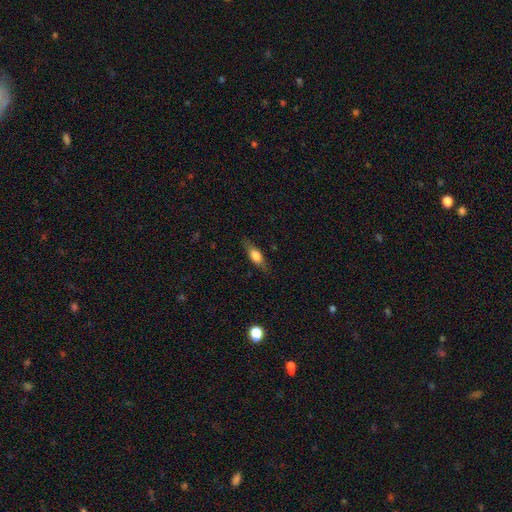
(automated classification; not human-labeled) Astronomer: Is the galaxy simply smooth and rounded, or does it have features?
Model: smooth — 62%.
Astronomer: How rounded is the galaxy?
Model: in between — 56% (runner-up: cigar-shaped, 39%).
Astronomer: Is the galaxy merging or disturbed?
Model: none — 81%.